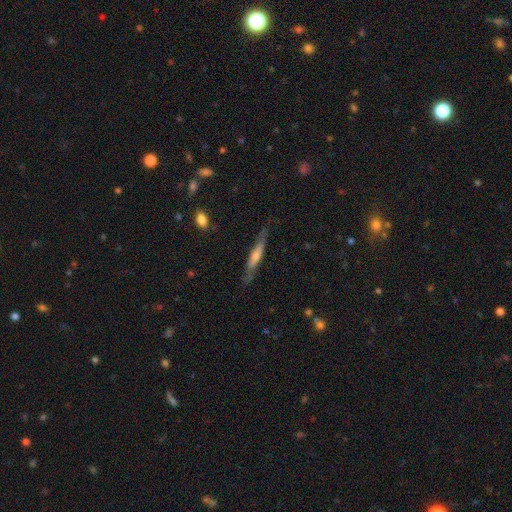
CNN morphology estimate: This is likely a featured or disk galaxy (61%). It is clearly viewed edge-on (88%). Edge-on bulge: possibly rounded (52%). Merging: likely none (79%).